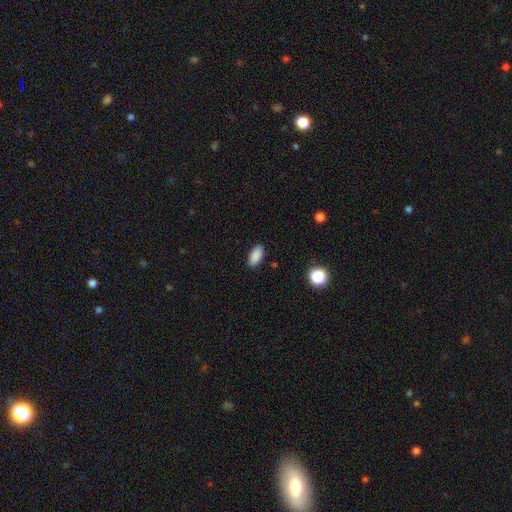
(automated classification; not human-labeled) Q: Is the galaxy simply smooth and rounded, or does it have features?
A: smooth — 88%.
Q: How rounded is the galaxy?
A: in between — 92%.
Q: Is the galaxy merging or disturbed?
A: none — 89%.